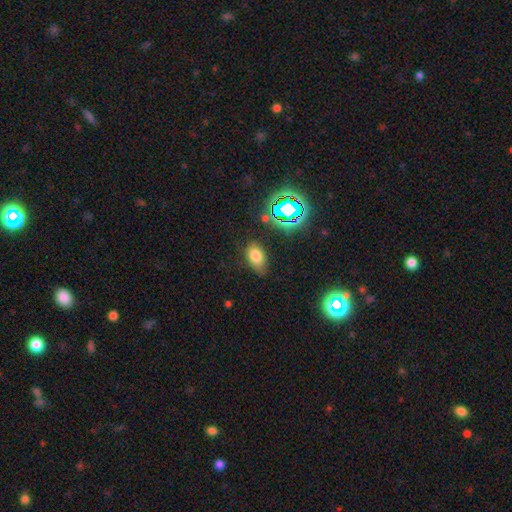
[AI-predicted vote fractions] This is likely a smooth galaxy (73%). How rounded: clearly in between (88%). Merging: likely none (74%).